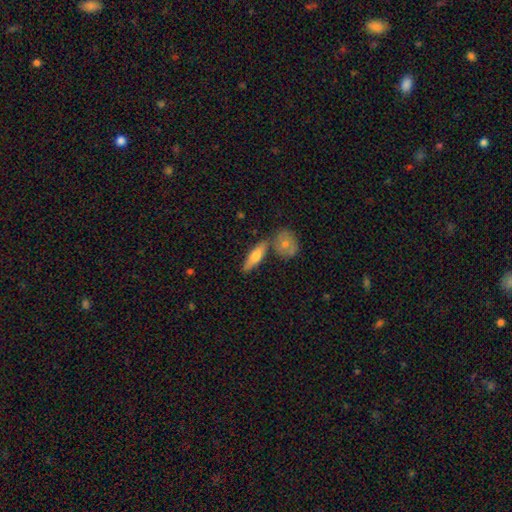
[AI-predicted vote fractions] Smooth or featured: smooth — 64% (featured or disk — 31%)
How rounded: cigar-shaped — 54% (in between — 42%)
Merging: none — 68% (merger — 17%)